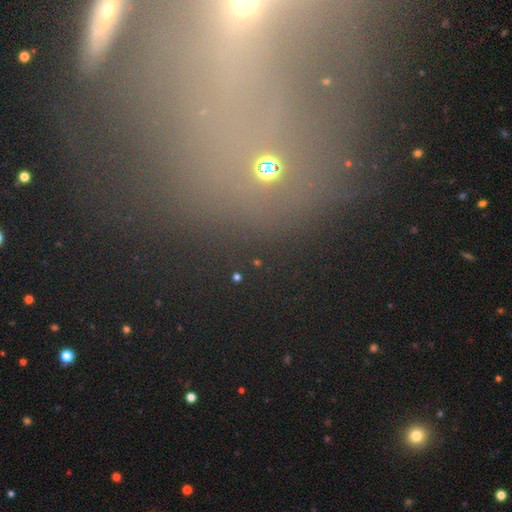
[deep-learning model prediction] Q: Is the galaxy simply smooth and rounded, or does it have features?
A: star or artifact — 61%.